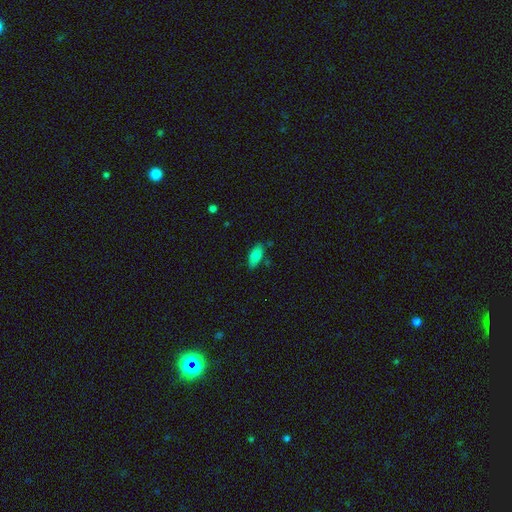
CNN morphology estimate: Smooth or featured? Predicted: smooth (p=0.81). How rounded? Predicted: in between (p=0.83). Merging? Predicted: none (p=0.76).